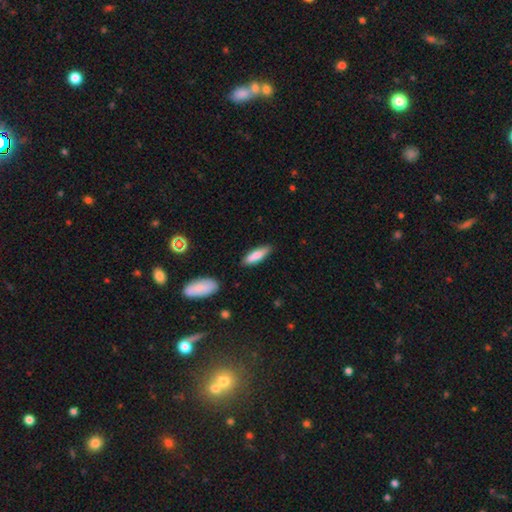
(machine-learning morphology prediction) A smooth galaxy with no disk features (79%) that is cigar-shaped (54%). Merging: none (83%).